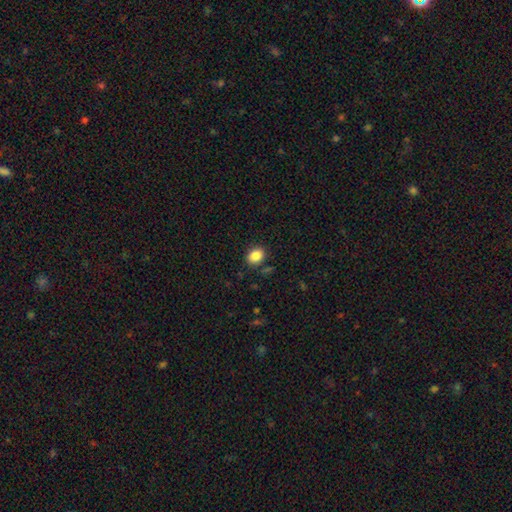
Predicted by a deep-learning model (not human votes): Smooth or featured? smooth (86%)
How rounded? in between (58%)
Merging? none (86%)